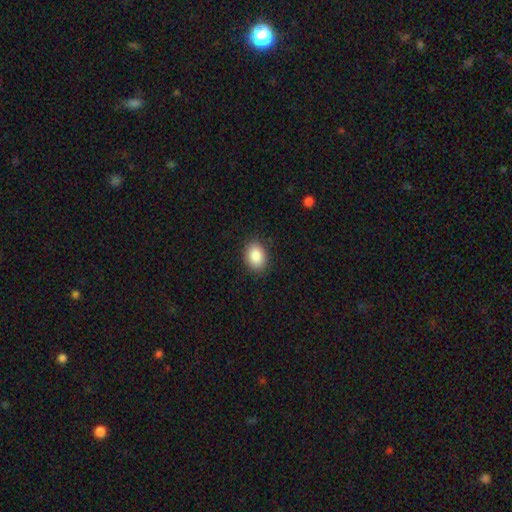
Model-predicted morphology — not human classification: Smooth or featured? Predicted: smooth (p=0.88). How rounded? Predicted: in between (p=0.76). Merging? Predicted: none (p=0.88).